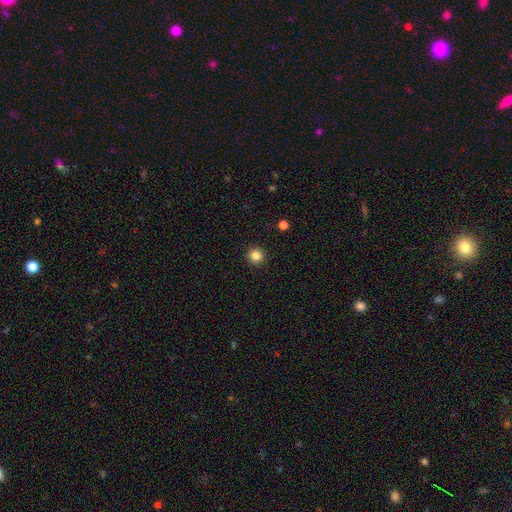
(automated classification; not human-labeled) This appears to be a smooth galaxy with no disk features (84%) that is round (95%). Merging: none (93%).